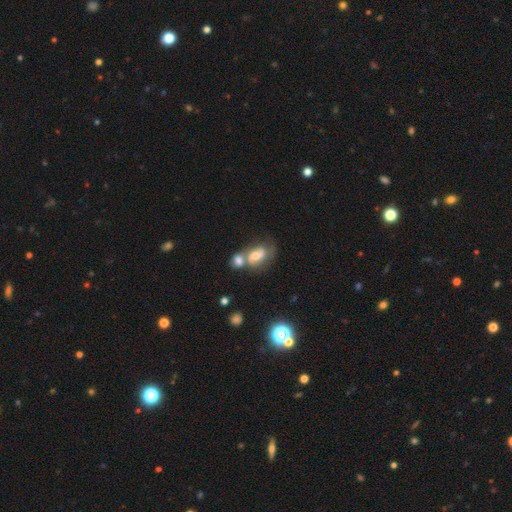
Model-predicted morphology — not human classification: A featured or disk galaxy (50%).

Vote fractions:
- Smooth or featured? featured or disk: 50% / smooth: 40% / star or artifact: 10%
- Merging? merger: 57% / none: 24% / minor disturbance: 11% / major disturbance: 8%